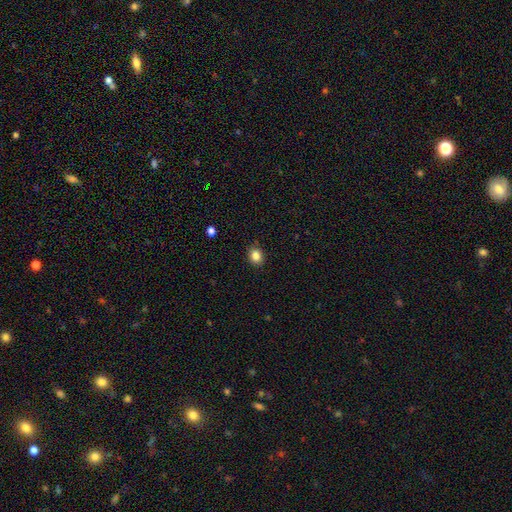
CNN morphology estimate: smooth_or_featured: smooth (p=0.85) [alt: star or artifact p=0.10]
how_rounded: round (p=0.60) [alt: in between p=0.40]
merging: none (p=0.88) [alt: minor disturbance p=0.09]